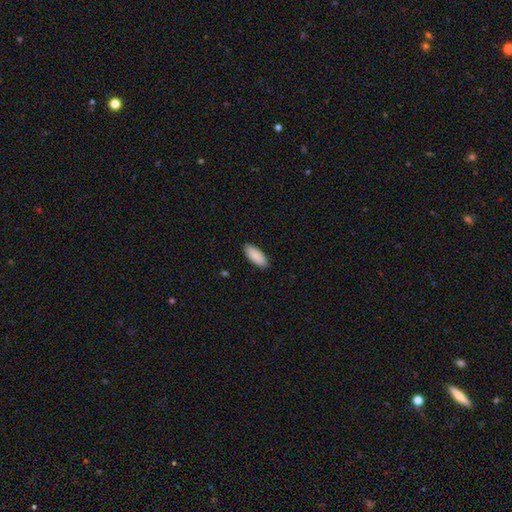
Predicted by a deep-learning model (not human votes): Smooth or featured?
  - smooth: 91% *
  - star or artifact: 5%
  - featured or disk: 4%
How rounded?
  - in between: 82% *
  - cigar-shaped: 17%
  - round: 2%
Merging?
  - none: 90% *
  - minor disturbance: 8%
  - major disturbance: 2%
  - merger: 1%